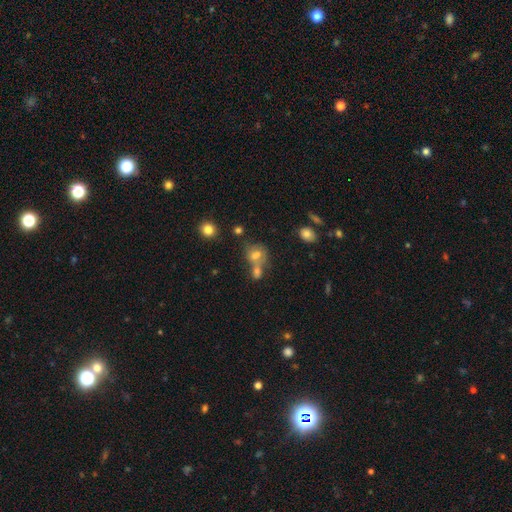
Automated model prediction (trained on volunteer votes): smooth_or_featured: smooth (p=0.63) [alt: featured or disk p=0.19]
how_rounded: round (p=0.52) [alt: in between p=0.46]
merging: merger (p=0.50) [alt: none p=0.33]